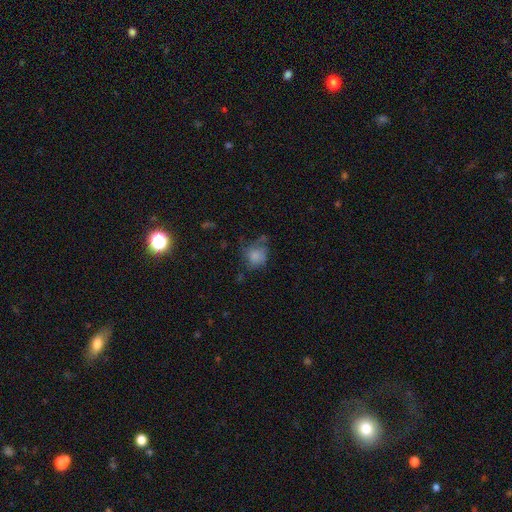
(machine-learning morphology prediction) type=smooth (70%); roundness=round (60%); merging=none (39%).